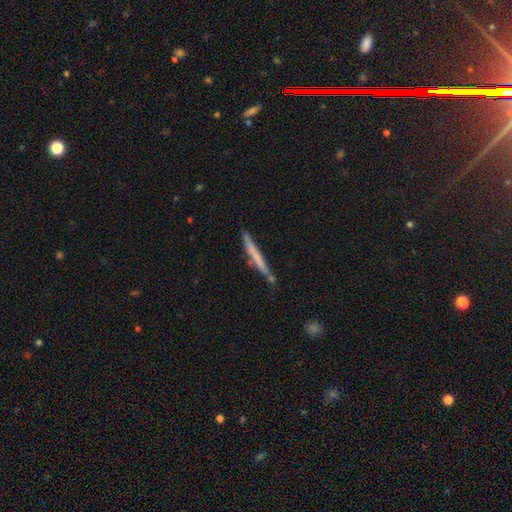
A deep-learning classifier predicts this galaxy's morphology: Smooth or featured? smooth (56%)
How rounded? cigar-shaped (97%)
Merging? none (74%)